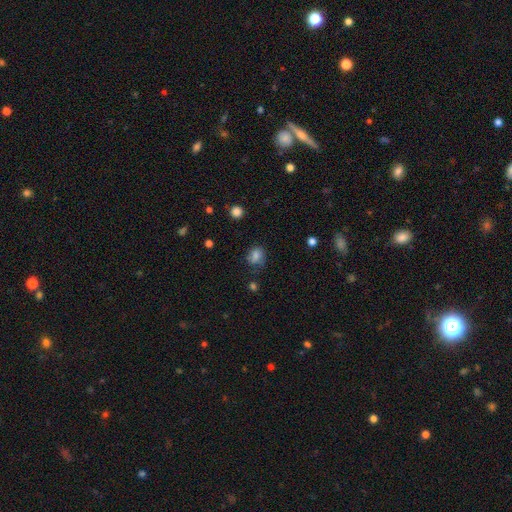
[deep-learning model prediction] Overall: smooth (75%). How rounded: round (59%; in between 39%). Merging: none (60%; minor disturbance 26%).